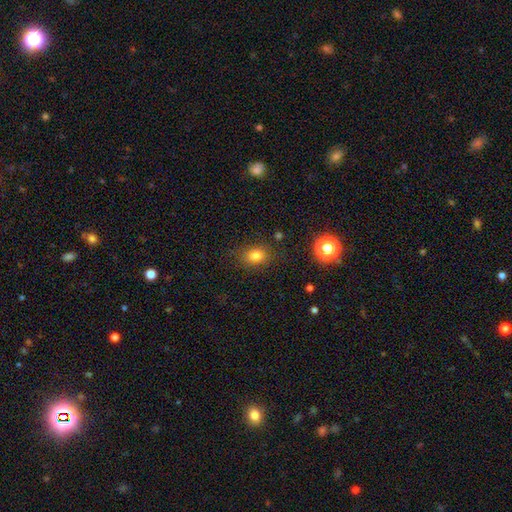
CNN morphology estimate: The model was most divided on "how rounded": in between: 54%, round: 45%, cigar-shaped: 1%. More confident: merging — none (82%); smooth or featured — smooth (79%).